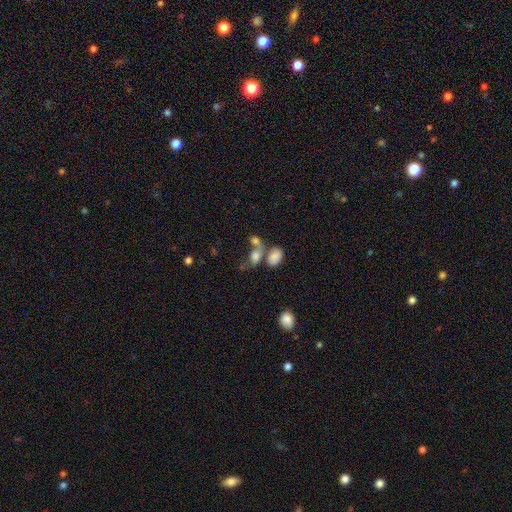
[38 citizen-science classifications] smooth-or-featured: smooth: 79% | featured or disk: 16% | star or artifact: 5%
  how-rounded: in between: 87% | round: 13% | cigar-shaped: 0%
  merging: merger: 36% | none: 28% | major disturbance: 19% | minor disturbance: 17%